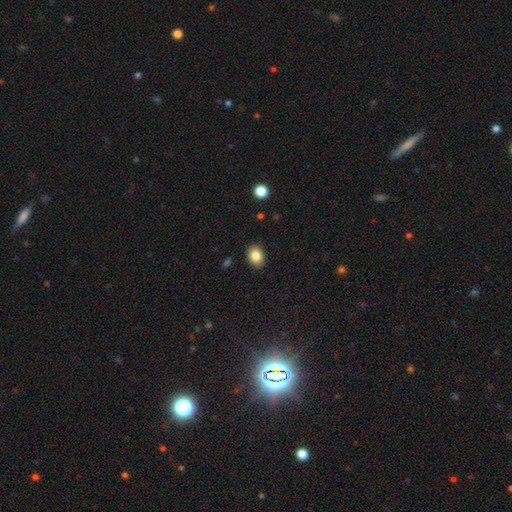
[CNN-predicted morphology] A smooth galaxy with no disk features (85%) that is in between round and cigar-shaped (66%).

Vote fractions:
- Smooth or featured? smooth: 85% / star or artifact: 9% / featured or disk: 7%
- How rounded? in between: 66% / round: 33% / cigar-shaped: 1%
- Merging? none: 89% / minor disturbance: 8% / major disturbance: 2% / merger: 1%